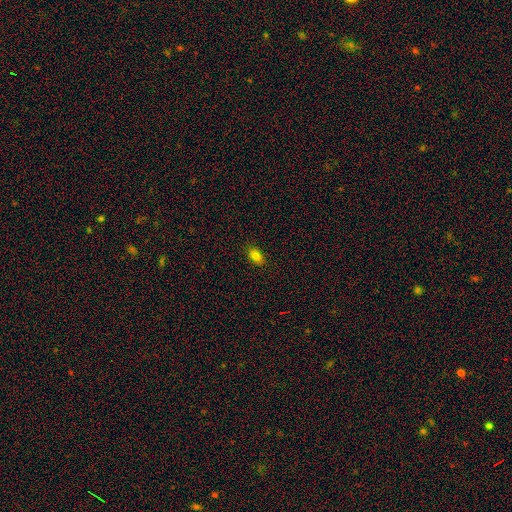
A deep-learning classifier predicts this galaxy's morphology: Smooth or featured?
  - smooth: 82% *
  - star or artifact: 11%
  - featured or disk: 7%
How rounded?
  - in between: 85% *
  - round: 13%
  - cigar-shaped: 2%
Merging?
  - none: 88% *
  - minor disturbance: 9%
  - major disturbance: 2%
  - merger: 1%